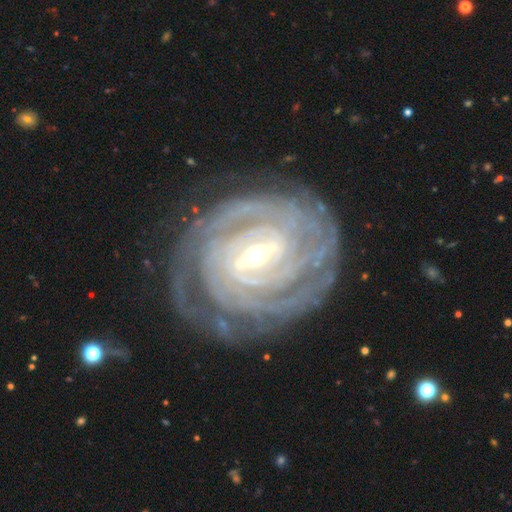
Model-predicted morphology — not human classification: This is clearly a featured or disk galaxy (92%). It is clearly not viewed edge-on (97%). Bar: possibly strong (55%). Spiral arm pattern: clearly yes (98%). Spiral arm count: marginally 4 (26%). Spiral winding: clearly tight (87%). Central bulge: possibly moderate (48%, tied with small). Merging: clearly none (80%).